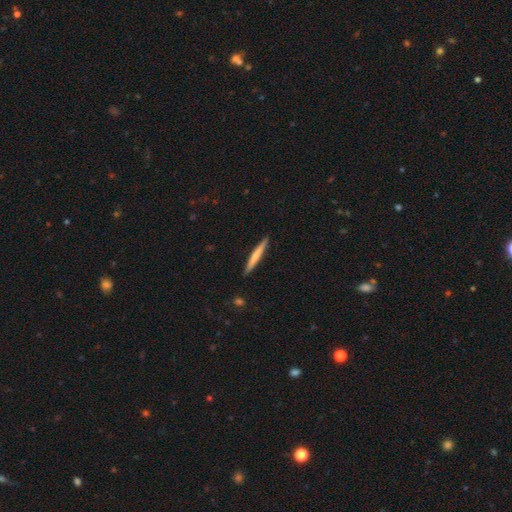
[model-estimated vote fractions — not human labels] Smooth or featured: smooth — 62% (featured or disk — 33%)
How rounded: cigar-shaped — 96% (in between — 3%)
Merging: none — 91% (minor disturbance — 7%)